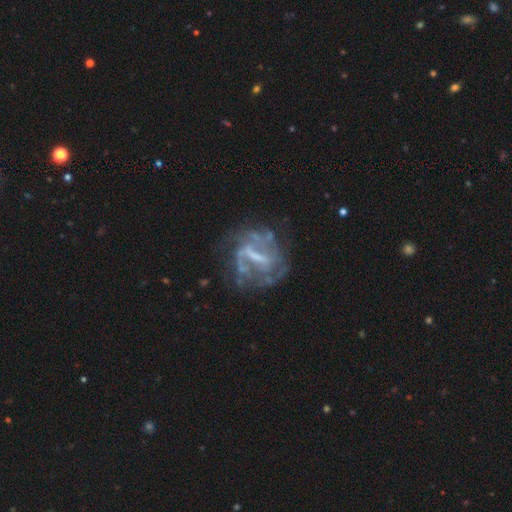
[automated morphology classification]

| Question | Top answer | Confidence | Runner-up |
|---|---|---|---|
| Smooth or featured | featured or disk | 80% | smooth (11%) |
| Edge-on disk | no | 96% | yes (4%) |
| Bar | strong | 52% | weak (34%) |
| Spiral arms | yes | 66% | no (34%) |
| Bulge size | none | 41% | small (29%) |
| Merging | none | 53% | major disturbance (24%) |